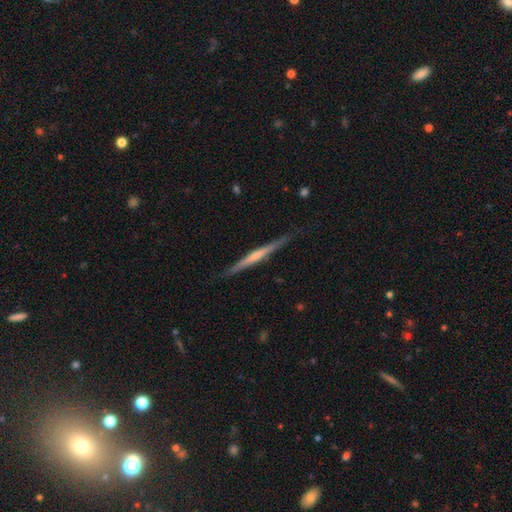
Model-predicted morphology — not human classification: smooth-or-featured: featured or disk: 77% | smooth: 17% | star or artifact: 7%
  disk-edge-on: yes: 98% | no: 2%
    edge-on-bulge: rounded: 67% | none: 23% | boxy: 10%
  merging: none: 88% | minor disturbance: 9% | major disturbance: 2% | merger: 1%